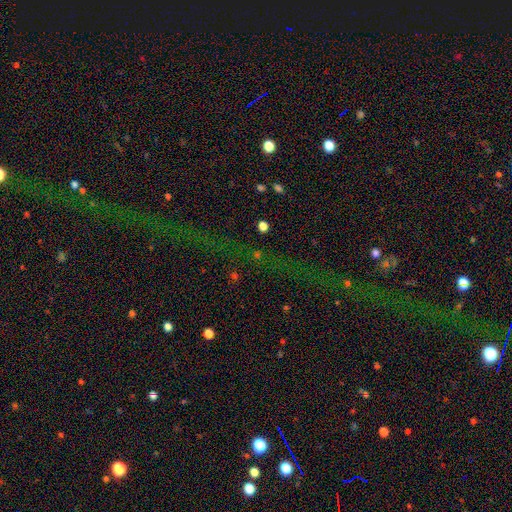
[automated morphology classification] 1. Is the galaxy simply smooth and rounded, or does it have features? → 76% star or artifact, 13% smooth, 11% featured or disk.